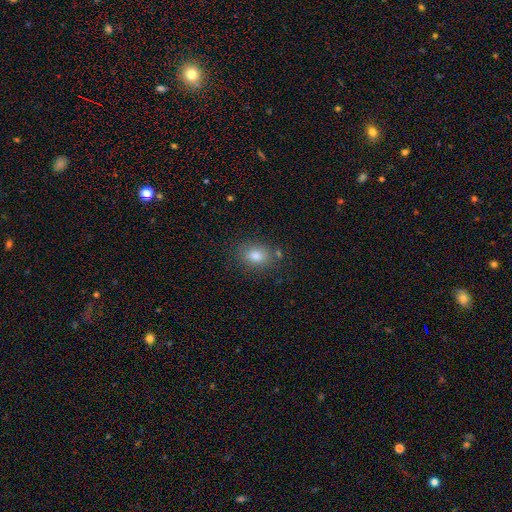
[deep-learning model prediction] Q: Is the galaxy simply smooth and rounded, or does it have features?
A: smooth — 81%.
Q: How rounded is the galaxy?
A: in between — 69%.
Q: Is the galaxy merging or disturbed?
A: none — 79%.